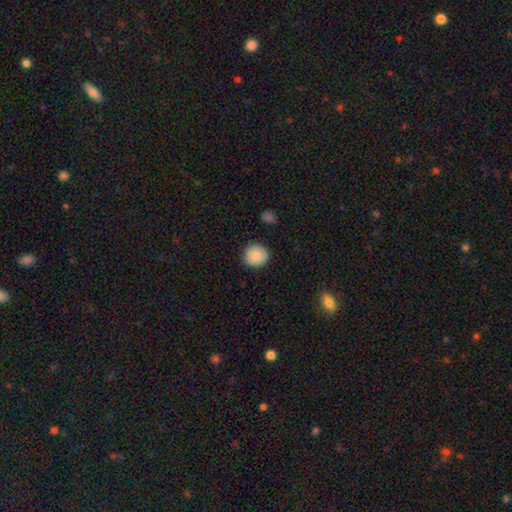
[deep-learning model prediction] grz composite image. It shows a smooth galaxy with no disk features (88%) that is round (91%). Merging: none (90%).